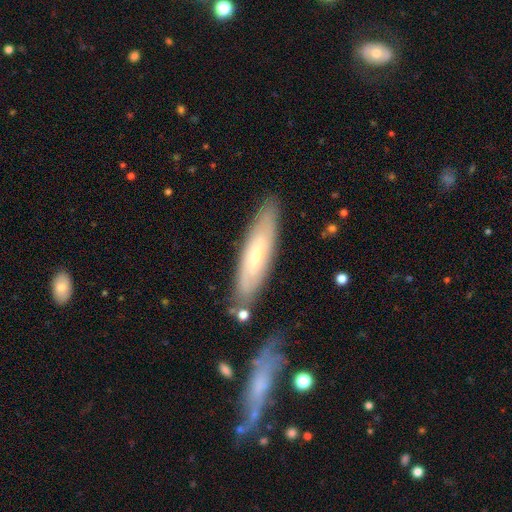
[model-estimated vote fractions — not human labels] A featured or disk galaxy (52%).

Vote fractions:
- Smooth or featured? featured or disk: 52% / smooth: 42% / star or artifact: 6%
- Edge-on disk? no: 58% / yes: 42%
- Merging? none: 81% / minor disturbance: 13% / merger: 3% / major disturbance: 3%